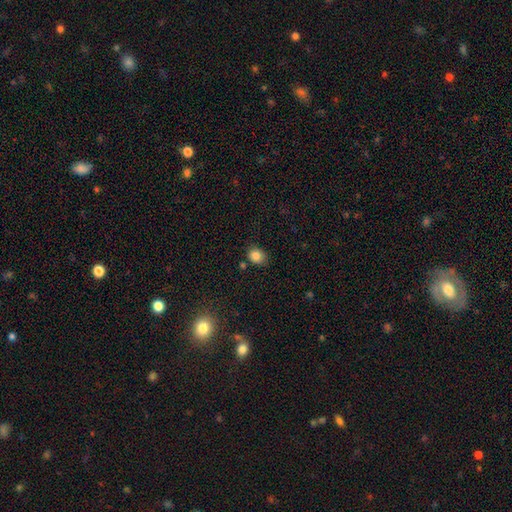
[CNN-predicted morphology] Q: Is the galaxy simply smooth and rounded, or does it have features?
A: smooth — 84%.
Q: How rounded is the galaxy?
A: round — 62%.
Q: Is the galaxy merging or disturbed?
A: none — 77%.